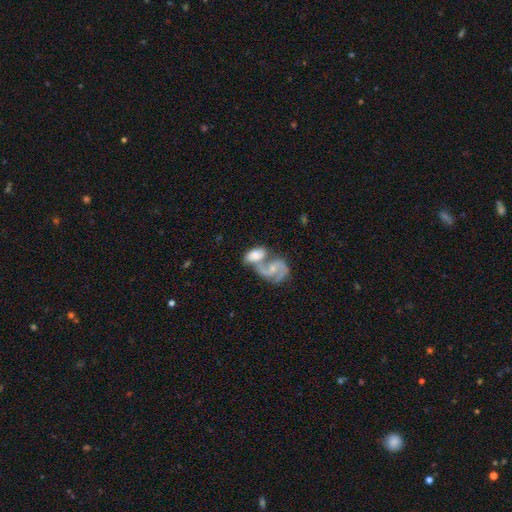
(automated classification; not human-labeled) smooth-or-featured: featured or disk: 61% | smooth: 32% | star or artifact: 7%
  disk-edge-on: no: 96% | yes: 4%
    bar: no: 61% | weak: 31% | strong: 8%
    has-spiral-arms: yes: 87% | no: 13%
      spiral-winding: medium: 49% | loose: 28% | tight: 23%
      spiral-arm-count: 2: 71% | can't tell: 10% | 3: 9% | 1: 6% | 4: 2% | more than 4: 2%
    bulge-size: small: 53% | moderate: 29% | none: 11% | large: 5% | dominant: 2%
  merging: merger: 65% | none: 18% | minor disturbance: 9% | major disturbance: 8%